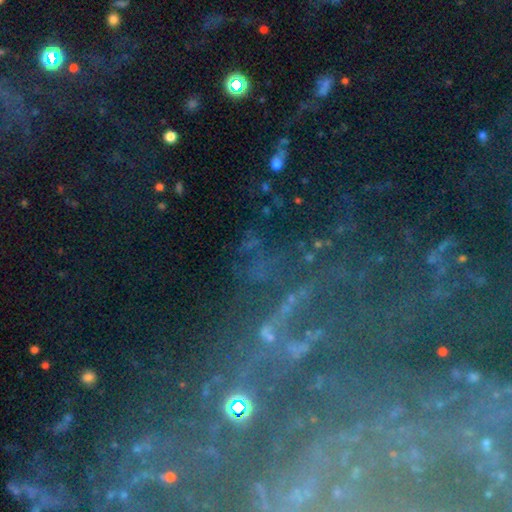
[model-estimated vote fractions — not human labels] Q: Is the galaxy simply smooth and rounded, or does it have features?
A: star or artifact — 59%.